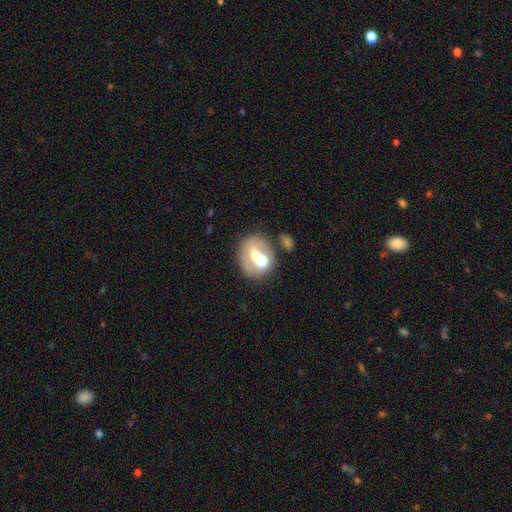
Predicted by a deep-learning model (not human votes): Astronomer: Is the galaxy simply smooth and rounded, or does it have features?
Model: smooth — 50% (runner-up: featured or disk, 40%).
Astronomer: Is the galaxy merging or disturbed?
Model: none — 52% (runner-up: merger, 30%).